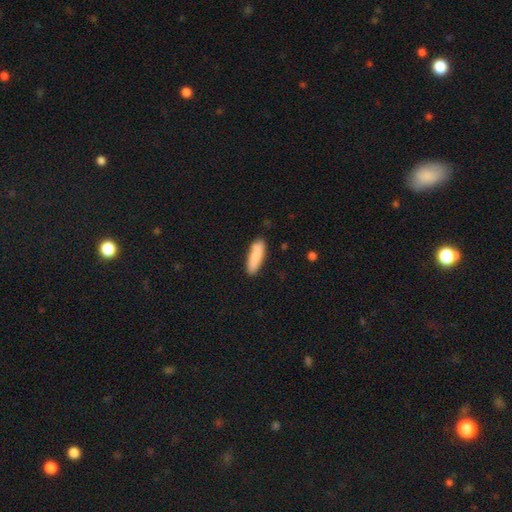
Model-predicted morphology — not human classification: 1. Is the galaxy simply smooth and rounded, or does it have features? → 87% smooth, 7% featured or disk, 6% star or artifact.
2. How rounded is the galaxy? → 59% cigar-shaped, 40% in between, 1% round.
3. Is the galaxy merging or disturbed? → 83% none, 13% minor disturbance, 2% major disturbance, 2% merger.